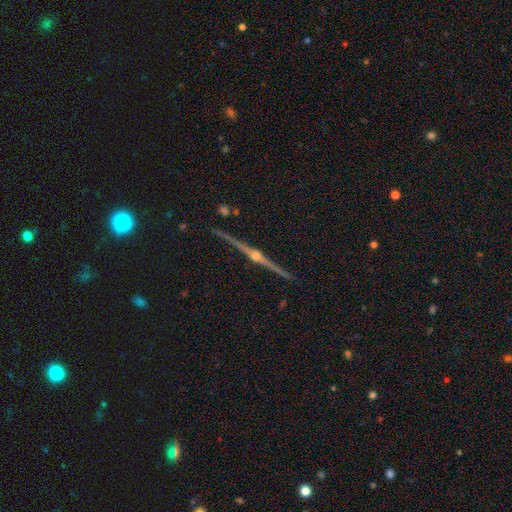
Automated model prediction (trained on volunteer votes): This is clearly a featured or disk galaxy (89%). It is clearly viewed edge-on (99%). Edge-on bulge: clearly rounded (93%). Merging: clearly none (92%).